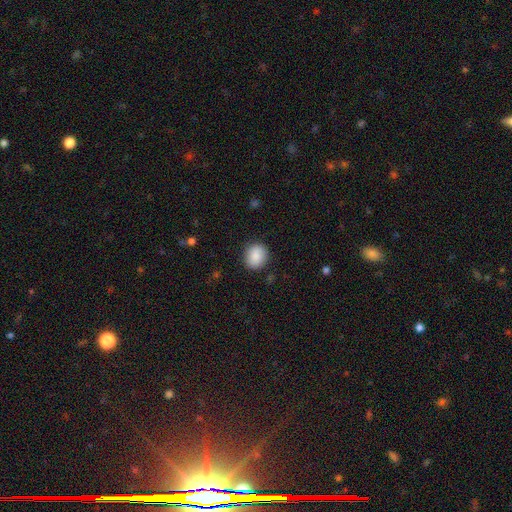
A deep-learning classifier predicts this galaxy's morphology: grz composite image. It shows a smooth galaxy with no disk features (87%) that is round (76%). Merging: none (87%).